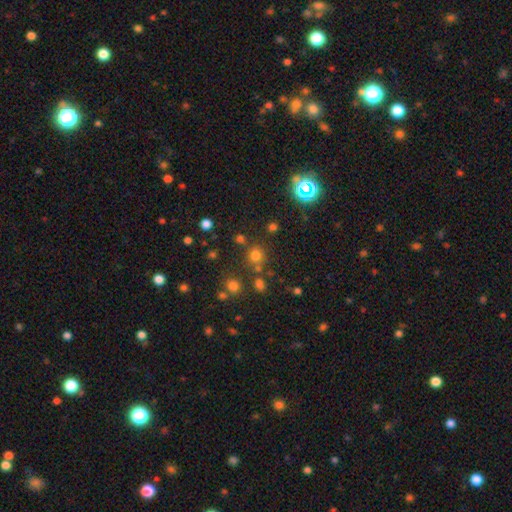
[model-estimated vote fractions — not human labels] This appears to be a smooth galaxy with no disk features (70%) that is round (88%). Merging: none (73%).